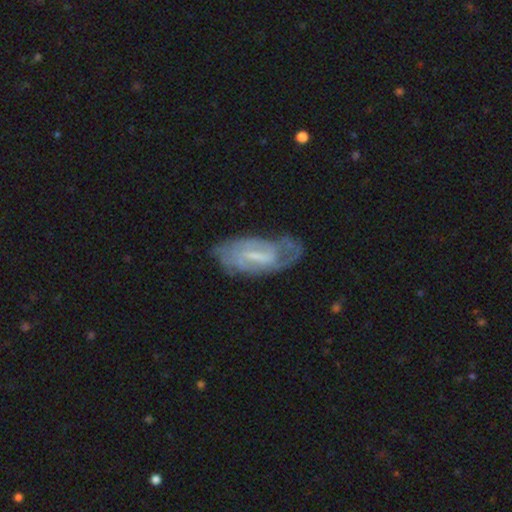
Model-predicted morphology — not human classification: Smooth or featured? Predicted: featured or disk (p=0.72). Edge-on disk? Predicted: no (p=0.91). Bar? Predicted: weak (p=0.50). Spiral arms? Predicted: yes (p=0.80). Spiral winding? Predicted: tight (p=0.47). Spiral arm count? Predicted: 2 (p=0.41). Bulge size? Predicted: small (p=0.42). Merging? Predicted: none (p=0.58).